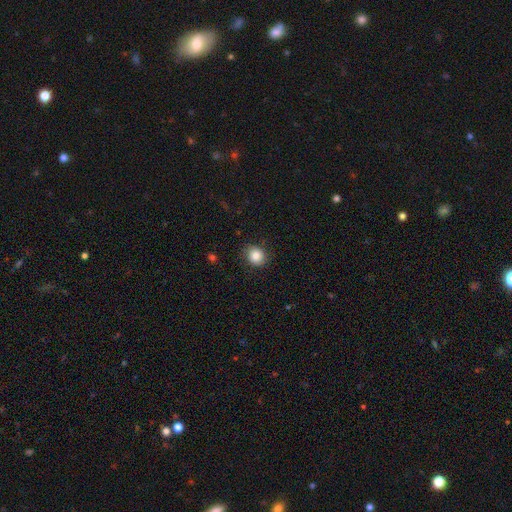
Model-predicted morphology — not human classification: smooth 83%, star or artifact 9%, featured or disk 7%. Down the decision tree: how rounded — round (76%); merging — none (83%).